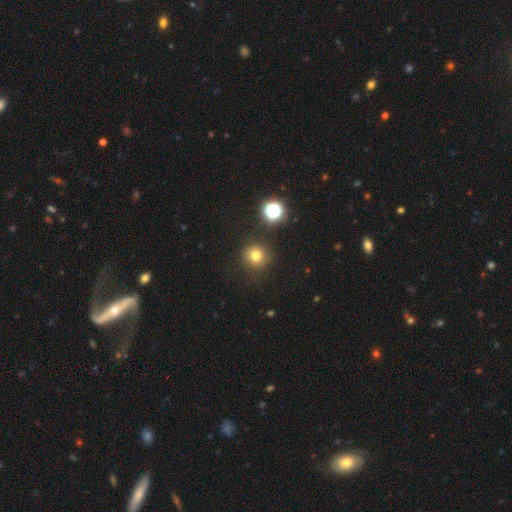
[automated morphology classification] Q: Smooth or featured?
A: smooth (76%); runner-up: star or artifact (17%)
Q: How rounded?
A: round (95%); runner-up: in between (4%)
Q: Merging?
A: none (88%); runner-up: minor disturbance (6%)